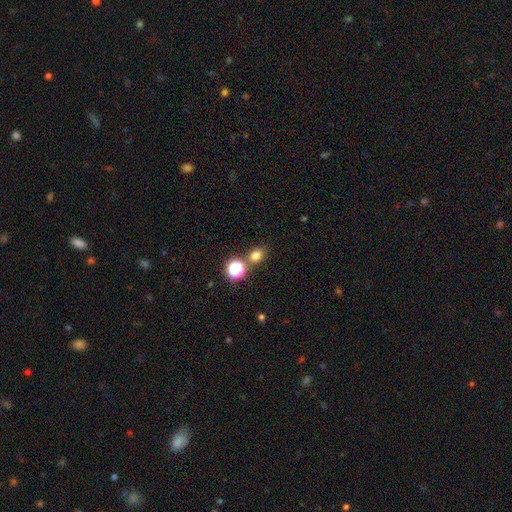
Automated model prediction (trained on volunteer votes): Q: Smooth or featured?
A: smooth (74%); runner-up: star or artifact (20%)
Q: How rounded?
A: round (55%); runner-up: in between (43%)
Q: Merging?
A: none (72%); runner-up: merger (14%)